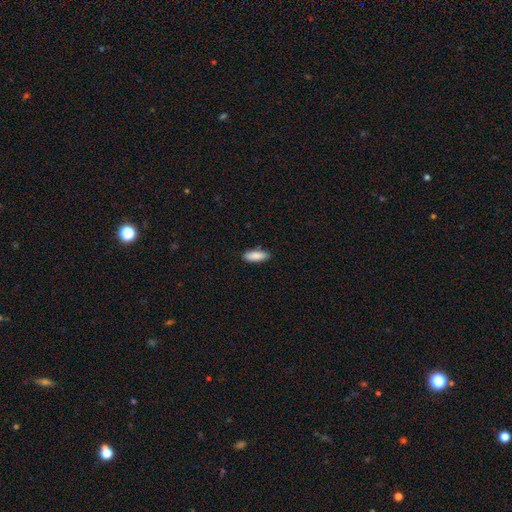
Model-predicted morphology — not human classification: type=smooth (89%); roundness=in between (70%); merging=none (88%).